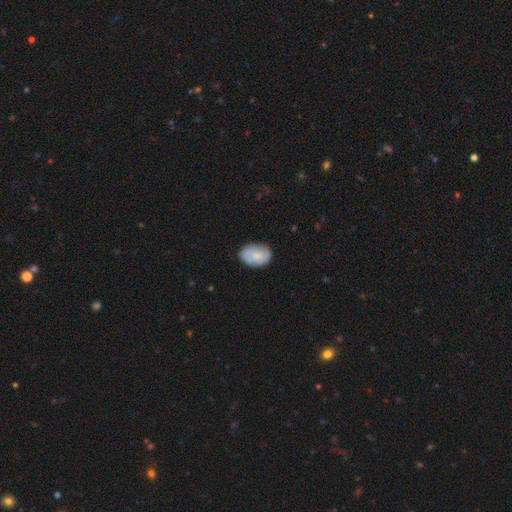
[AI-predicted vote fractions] smooth 65%, featured or disk 28%, star or artifact 7%. Down the decision tree: how rounded — in between (84%); merging — none (74%).